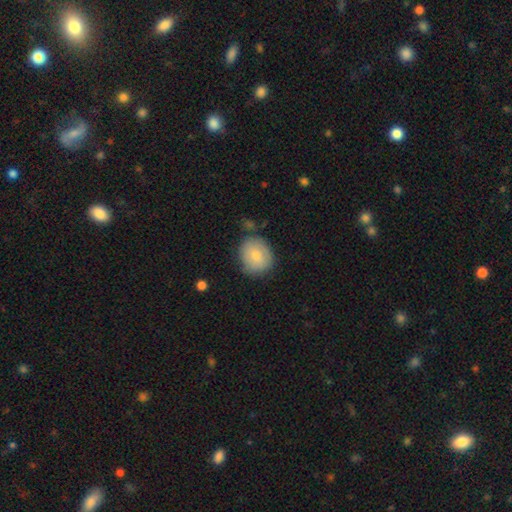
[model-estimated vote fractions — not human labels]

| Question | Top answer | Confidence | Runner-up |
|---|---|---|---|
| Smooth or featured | smooth | 79% | featured or disk (14%) |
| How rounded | round | 73% | in between (26%) |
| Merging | none | 71% | minor disturbance (20%) |